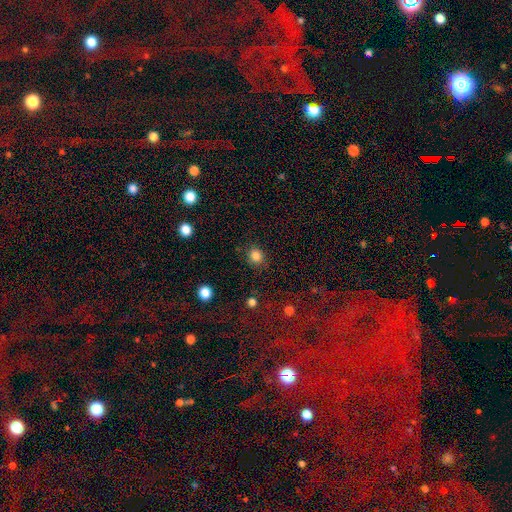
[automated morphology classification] smooth_or_featured: smooth (p=0.84) [alt: star or artifact p=0.12]
how_rounded: round (p=0.79) [alt: in between p=0.20]
merging: none (p=0.85) [alt: minor disturbance p=0.10]